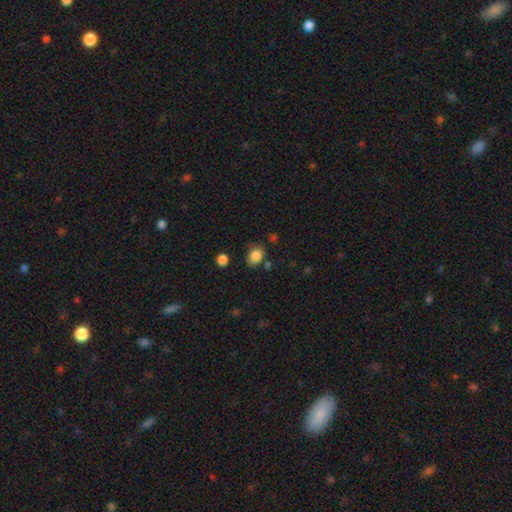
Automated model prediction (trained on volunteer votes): Smooth or featured? Predicted: smooth (p=0.85). How rounded? Predicted: in between (p=0.60). Merging? Predicted: none (p=0.71).